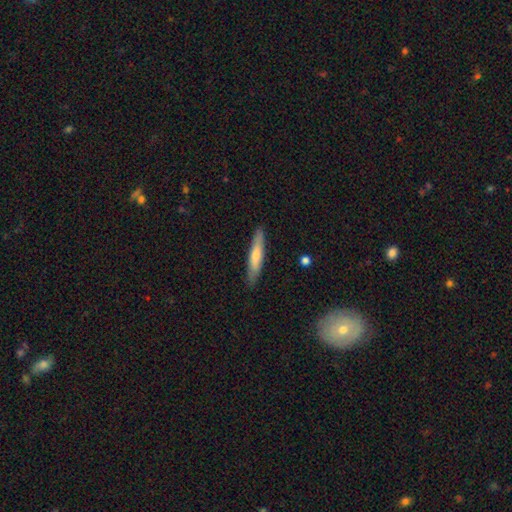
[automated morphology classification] smooth 61%, featured or disk 34%, star or artifact 6%. Down the decision tree: how rounded — cigar-shaped (89%); merging — none (88%).